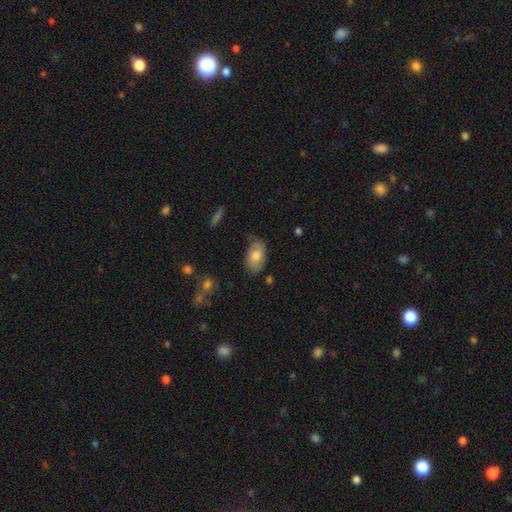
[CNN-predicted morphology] This appears to be a smooth galaxy with no disk features (65%) that is in between round and cigar-shaped (91%). Merging: none (68%).